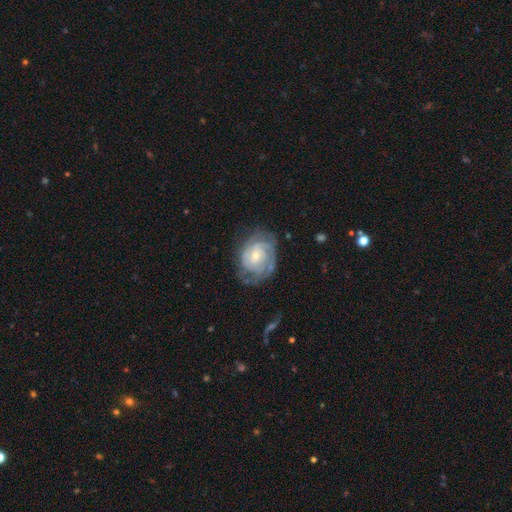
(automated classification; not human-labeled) Smooth or featured?
  - featured or disk: 85% *
  - smooth: 10%
  - star or artifact: 5%
Edge-on disk?
  - no: 98% *
  - yes: 2%
Bar?
  - no: 65% *
  - weak: 30%
  - strong: 5%
Spiral arms?
  - yes: 95% *
  - no: 5%
Spiral winding?
  - tight: 68% *
  - medium: 26%
  - loose: 5%
Spiral arm count?
  - 2: 29% * (tied)
  - can't tell: 29% * (tied)
  - 3: 23%
  - 4: 8%
  - 1: 5%
  - more than 4: 5%
Bulge size?
  - small: 55% *
  - moderate: 39%
  - large: 2%
  - none: 2%
  - dominant: 1%
Merging?
  - none: 66% *
  - minor disturbance: 22%
  - major disturbance: 10%
  - merger: 2%